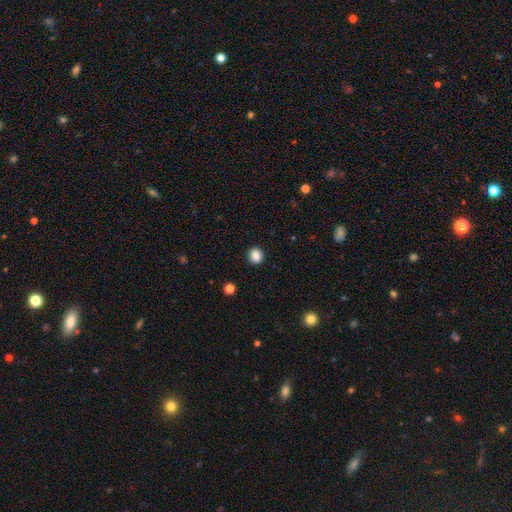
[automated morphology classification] Smooth or featured? Predicted: smooth (p=0.87). How rounded? Predicted: round (p=0.83). Merging? Predicted: none (p=0.92).